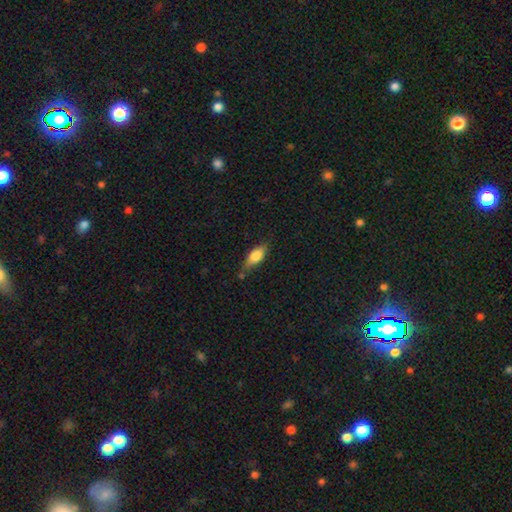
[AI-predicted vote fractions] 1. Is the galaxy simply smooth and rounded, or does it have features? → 76% smooth, 17% featured or disk, 7% star or artifact.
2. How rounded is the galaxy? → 77% in between, 20% cigar-shaped, 3% round.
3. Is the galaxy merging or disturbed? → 63% none, 25% minor disturbance, 7% merger, 6% major disturbance.